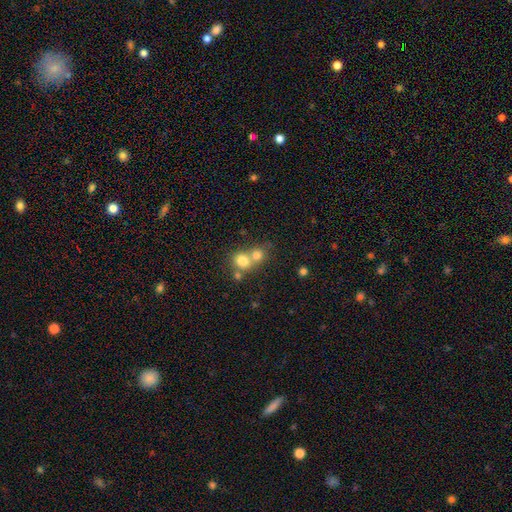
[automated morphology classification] smooth 63%, star or artifact 20%, featured or disk 17%. Down the decision tree: how rounded — round (80%); merging — merger (57%).